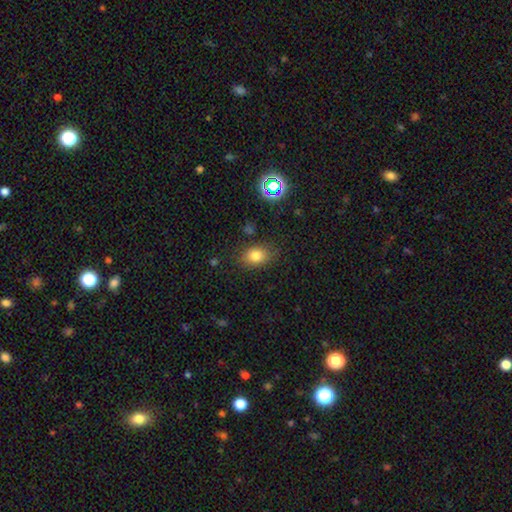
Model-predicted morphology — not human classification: Smooth or featured?
  - smooth: 78% *
  - star or artifact: 13%
  - featured or disk: 9%
How rounded?
  - in between: 70% *
  - round: 28%
  - cigar-shaped: 1%
Merging?
  - none: 79% *
  - minor disturbance: 14%
  - major disturbance: 4%
  - merger: 2%